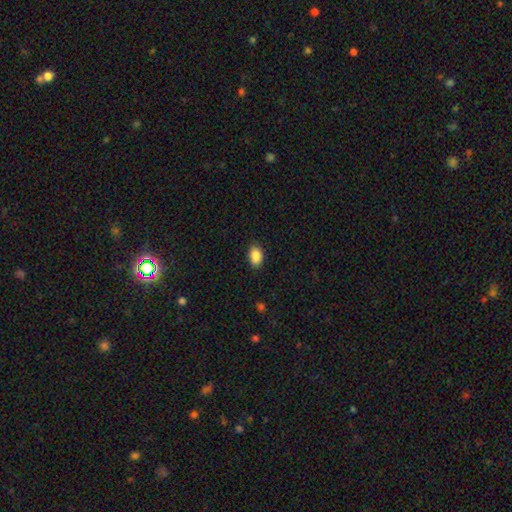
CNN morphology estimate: smooth 88%, star or artifact 8%, featured or disk 4%. Down the decision tree: how rounded — in between (87%); merging — none (85%).